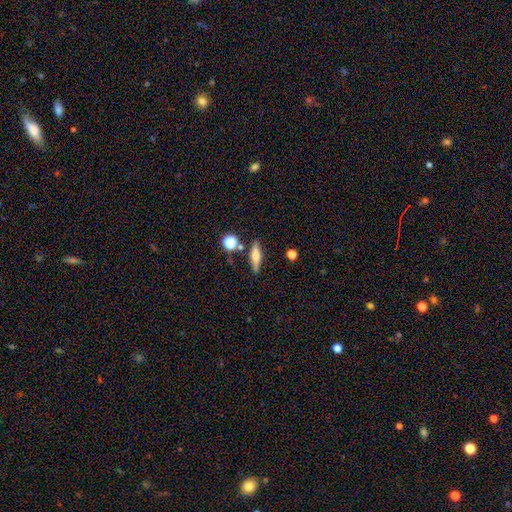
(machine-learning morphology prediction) This appears to be a smooth galaxy with no disk features (53%) that is cigar-shaped (66%). Merging: none (81%).